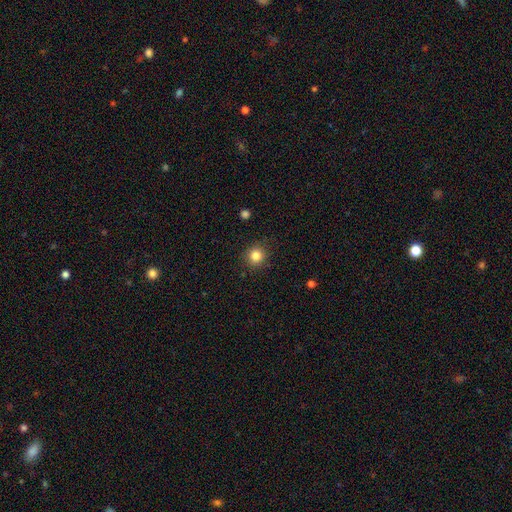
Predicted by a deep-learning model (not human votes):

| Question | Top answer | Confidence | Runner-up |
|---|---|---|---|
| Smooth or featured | smooth | 84% | star or artifact (11%) |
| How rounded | round | 91% | in between (8%) |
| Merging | none | 89% | minor disturbance (7%) |